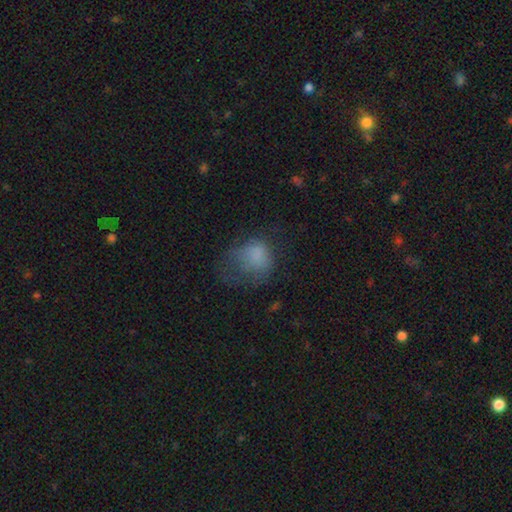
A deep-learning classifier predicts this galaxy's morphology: Smooth or featured? smooth (67%)
How rounded? round (52%)
Merging? major disturbance (45%)